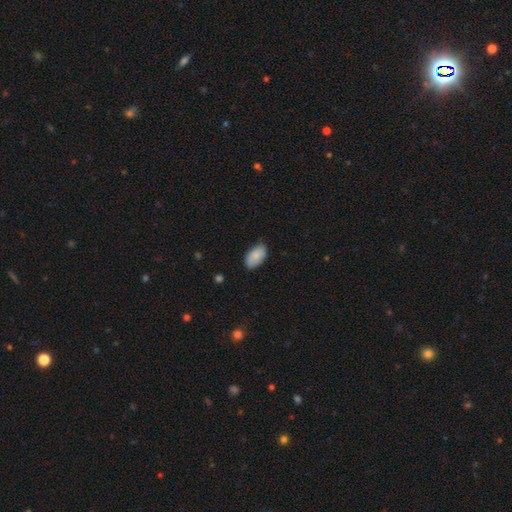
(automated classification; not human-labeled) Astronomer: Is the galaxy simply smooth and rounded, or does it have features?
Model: smooth — 86%.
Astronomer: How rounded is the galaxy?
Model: in between — 95%.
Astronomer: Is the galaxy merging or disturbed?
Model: none — 78%.